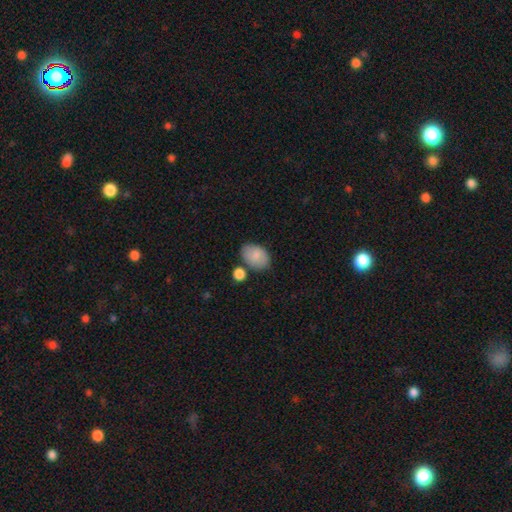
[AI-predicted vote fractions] A smooth galaxy with no disk features (84%) that is in between round and cigar-shaped (85%). Merging: none (68%).